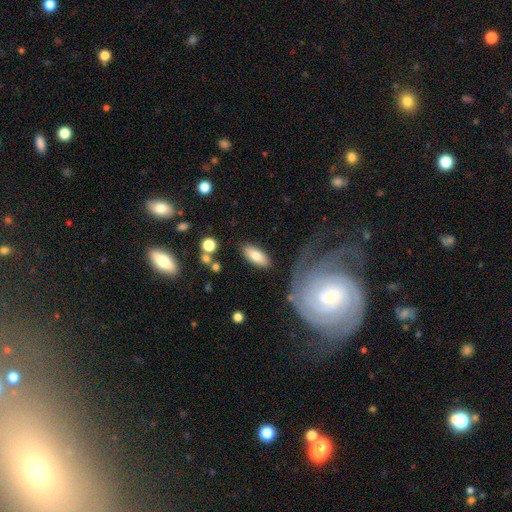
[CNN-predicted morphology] A smooth galaxy with no disk features (79%) that is in between round and cigar-shaped (83%).

Vote fractions:
- Smooth or featured? smooth: 79% / featured or disk: 15% / star or artifact: 6%
- How rounded? in between: 83% / cigar-shaped: 15% / round: 2%
- Merging? none: 82% / minor disturbance: 11% / merger: 4% / major disturbance: 3%